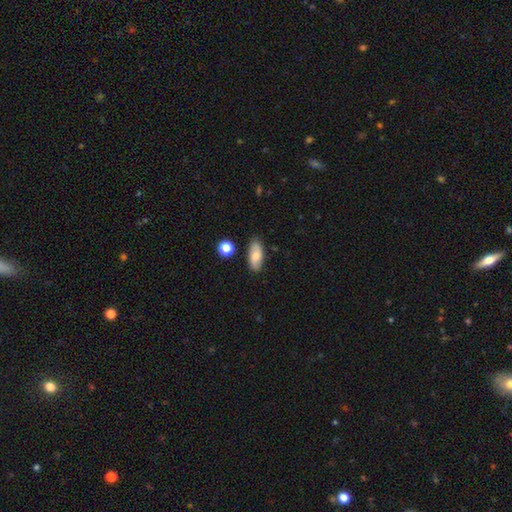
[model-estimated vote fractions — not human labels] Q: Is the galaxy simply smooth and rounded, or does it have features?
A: smooth — 70%.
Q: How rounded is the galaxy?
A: in between — 84%.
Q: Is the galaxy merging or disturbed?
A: none — 83%.